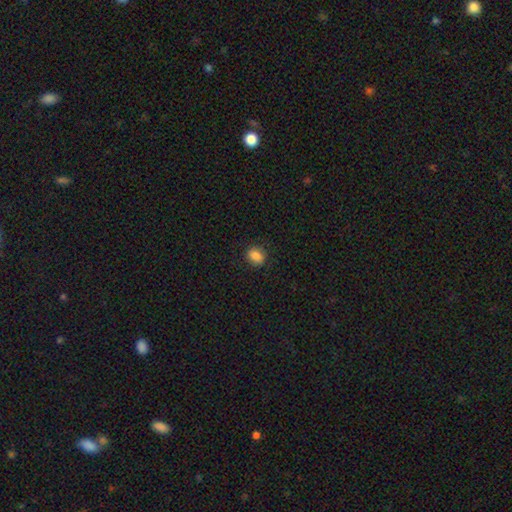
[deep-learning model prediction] Q: Smooth or featured?
A: smooth (87%); runner-up: star or artifact (10%)
Q: How rounded?
A: in between (50%); runner-up: round (48%)
Q: Merging?
A: none (86%); runner-up: minor disturbance (10%)